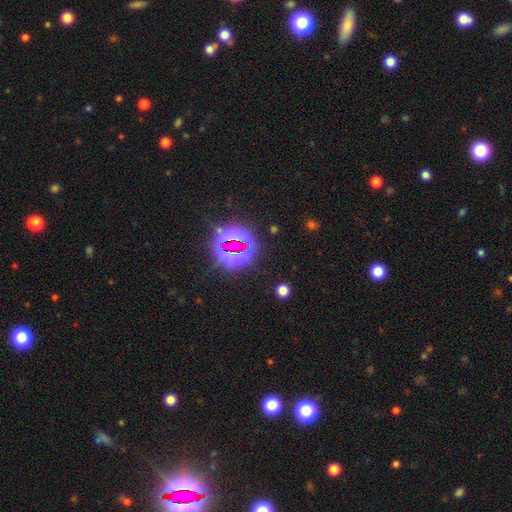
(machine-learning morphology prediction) Q: Smooth or featured?
A: star or artifact (79%); runner-up: smooth (13%)